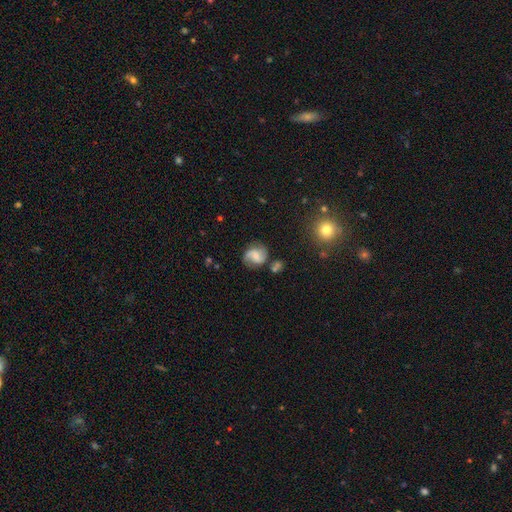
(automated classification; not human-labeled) Q: Smooth or featured?
A: featured or disk (64%); runner-up: smooth (27%)
Q: Edge-on disk?
A: no (98%); runner-up: yes (2%)
Q: Bar?
A: no (45%); runner-up: weak (44%)
Q: Spiral arms?
A: yes (92%); runner-up: no (8%)
Q: Spiral winding?
A: medium (46%); runner-up: loose (34%)
Q: Spiral arm count?
A: 2 (86%); runner-up: can't tell (7%)
Q: Bulge size?
A: small (42%); runner-up: moderate (34%)
Q: Merging?
A: none (69%); runner-up: minor disturbance (18%)